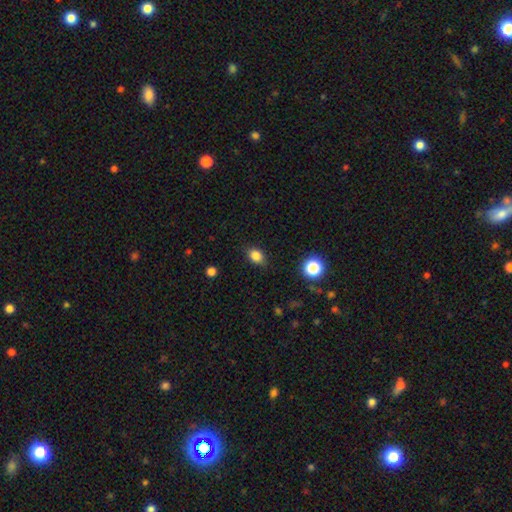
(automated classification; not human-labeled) smooth_or_featured: smooth (p=0.83) [alt: star or artifact p=0.11]
how_rounded: in between (p=0.69) [alt: round p=0.30]
merging: none (p=0.83) [alt: minor disturbance p=0.13]